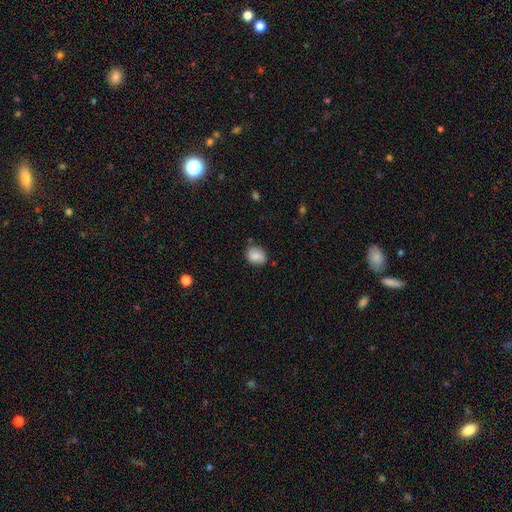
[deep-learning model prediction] smooth 78%, featured or disk 14%, star or artifact 8%. Down the decision tree: how rounded — round (51%); merging — none (74%).